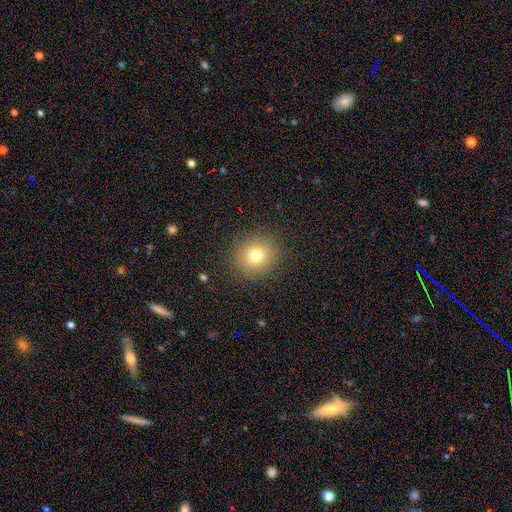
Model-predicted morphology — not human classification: Smooth or featured? smooth (75%)
How rounded? round (90%)
Merging? none (88%)